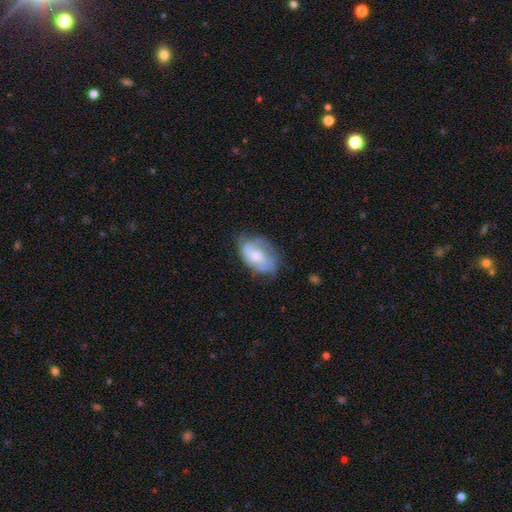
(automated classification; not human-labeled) Smooth or featured? featured or disk (65%)
Edge-on disk? no (97%)
Bar? no (57%)
Spiral arms? yes (86%)
Spiral winding? medium (44%)
Spiral arm count? 2 (53%)
Bulge size? moderate (48%)
Merging? none (58%)